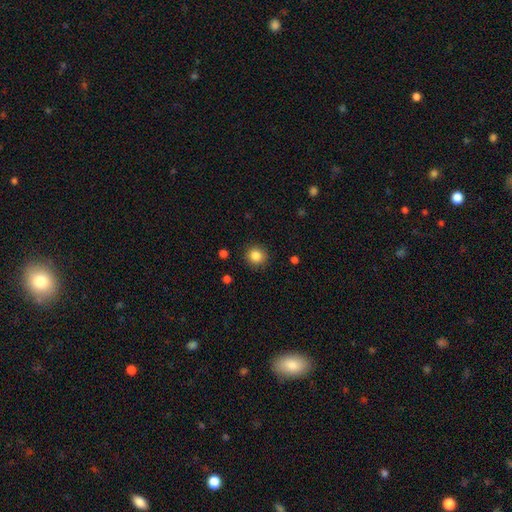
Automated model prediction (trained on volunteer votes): Smooth or featured? Predicted: smooth (p=0.84). How rounded? Predicted: round (p=0.91). Merging? Predicted: none (p=0.90).